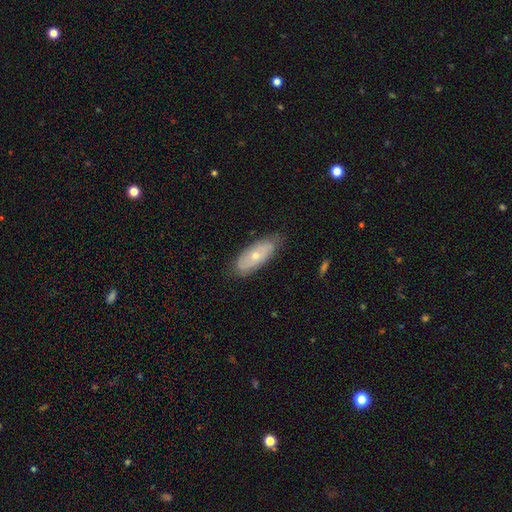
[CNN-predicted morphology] Smooth or featured: smooth — 50% (featured or disk — 44%)
Merging: none — 75% (minor disturbance — 20%)